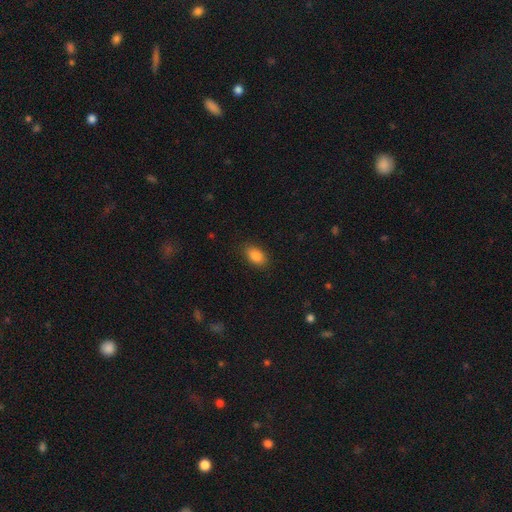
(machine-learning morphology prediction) The model was most divided on "merging": none: 87%, minor disturbance: 10%, major disturbance: 3%, merger: 1%. More confident: how rounded — in between (90%); smooth or featured — smooth (87%).